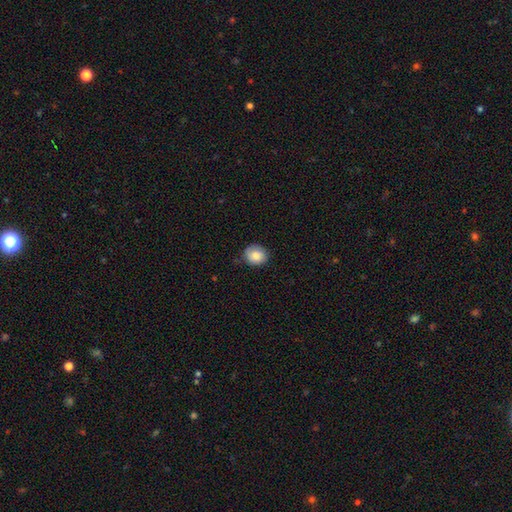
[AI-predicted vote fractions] A smooth galaxy with no disk features (82%) that is round (79%).

Vote fractions:
- Smooth or featured? smooth: 82% / featured or disk: 10% / star or artifact: 8%
- How rounded? round: 79% / in between: 20% / cigar-shaped: 1%
- Merging? none: 76% / minor disturbance: 20% / major disturbance: 3% / merger: 1%